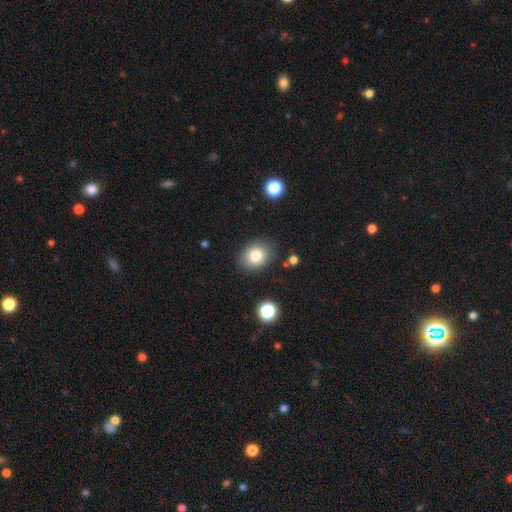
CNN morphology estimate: smooth 81%, star or artifact 10%, featured or disk 9%. Down the decision tree: how rounded — in between (51%); merging — none (83%).